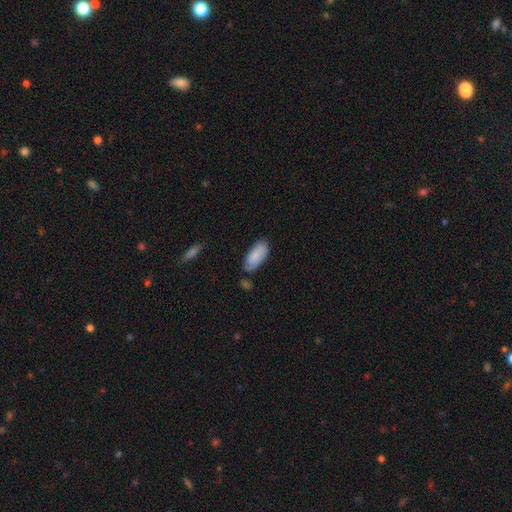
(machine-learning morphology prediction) type=smooth (83%); roundness=in between (88%); merging=none (69%).